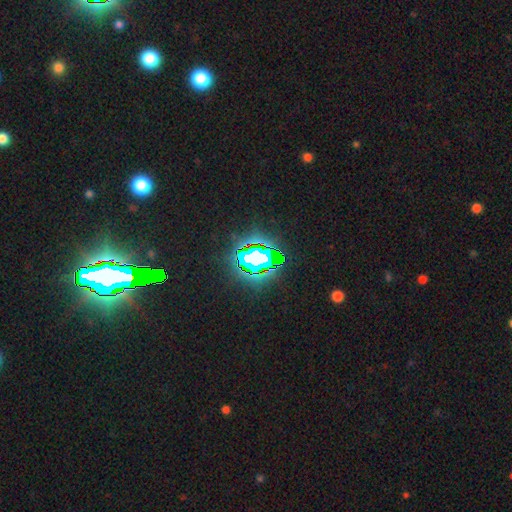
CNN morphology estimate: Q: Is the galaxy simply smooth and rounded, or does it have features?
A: star or artifact — 70%.